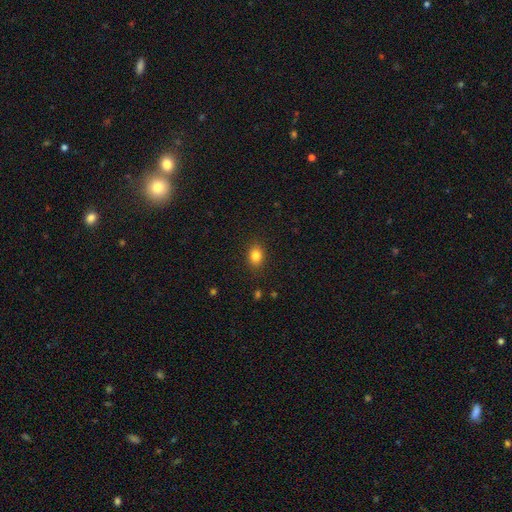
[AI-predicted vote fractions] Morphology: type=smooth (83%); roundness=in between (61%); merging=none (88%).